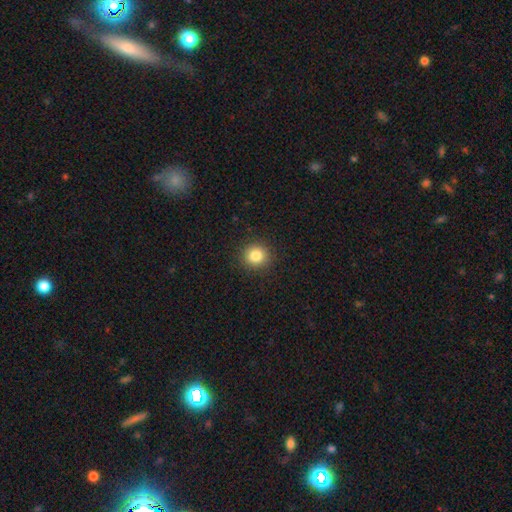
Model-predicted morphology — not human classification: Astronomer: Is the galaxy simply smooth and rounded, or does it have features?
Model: smooth — 84%.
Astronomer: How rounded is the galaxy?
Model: round — 89%.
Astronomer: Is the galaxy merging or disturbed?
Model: none — 91%.